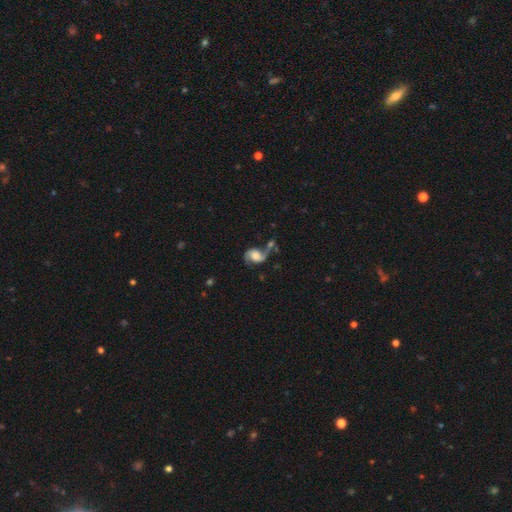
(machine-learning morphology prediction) A featured or disk galaxy (76%) with no bar (56%), 2 (87%) loose (50%) spiral arms (94%) and a large central bulge (37%). Merging: none (48%).